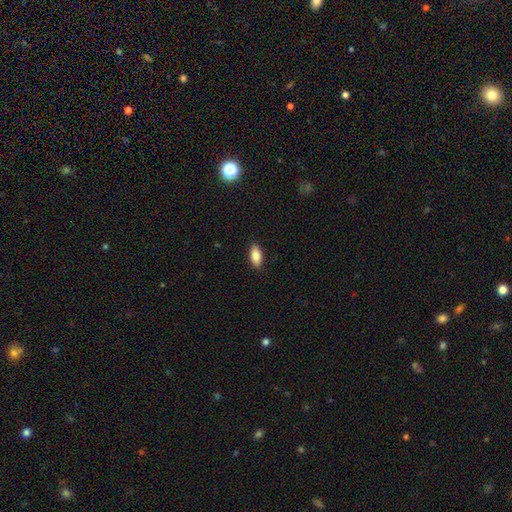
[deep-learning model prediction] Smooth or featured? Predicted: smooth (p=0.85). How rounded? Predicted: in between (p=0.86). Merging? Predicted: none (p=0.89).